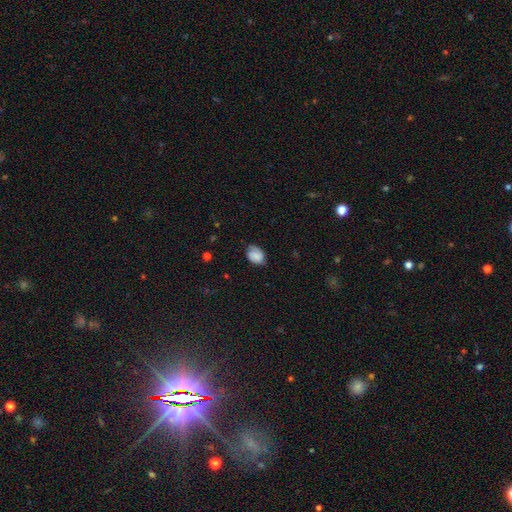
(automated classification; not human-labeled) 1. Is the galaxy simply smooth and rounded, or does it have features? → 72% smooth, 19% featured or disk, 9% star or artifact.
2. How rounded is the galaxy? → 70% in between, 29% round, 1% cigar-shaped.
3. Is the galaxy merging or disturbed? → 58% none, 32% minor disturbance, 8% major disturbance, 2% merger.